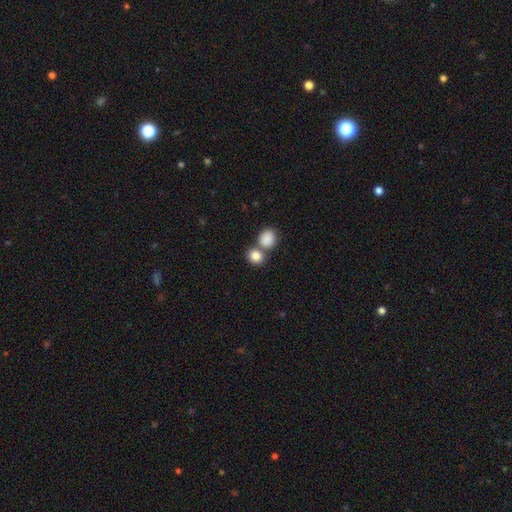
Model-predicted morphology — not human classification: The model was most divided on "merging": none: 49%, merger: 41%, minor disturbance: 7%, major disturbance: 3%. More confident: smooth or featured — smooth (85%); how rounded — round (67%).